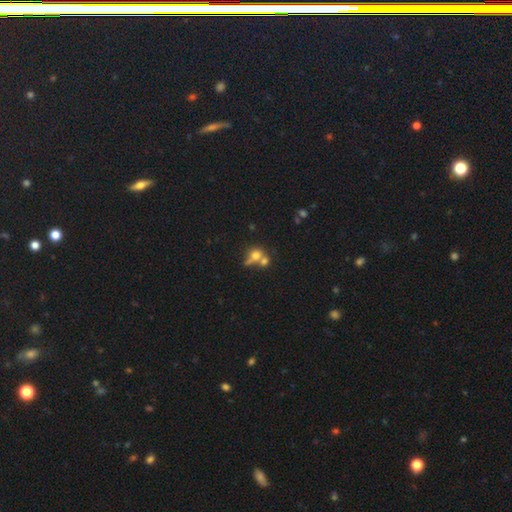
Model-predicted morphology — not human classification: Q: Smooth or featured?
A: smooth (68%); runner-up: featured or disk (20%)
Q: How rounded?
A: round (71%); runner-up: in between (26%)
Q: Merging?
A: merger (54%); runner-up: none (30%)